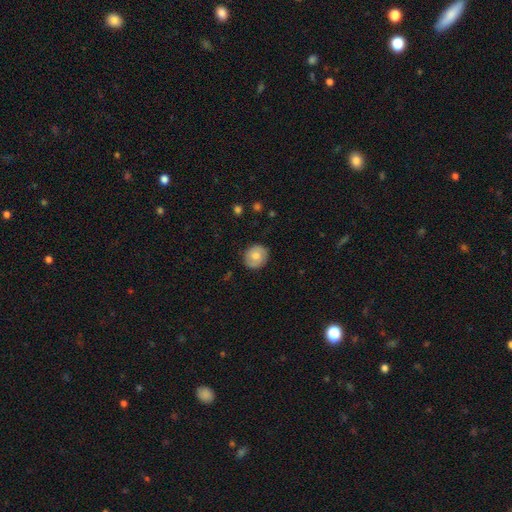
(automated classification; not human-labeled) Q: Smooth or featured?
A: smooth (66%); runner-up: featured or disk (27%)
Q: How rounded?
A: round (80%); runner-up: in between (19%)
Q: Merging?
A: none (85%); runner-up: minor disturbance (12%)